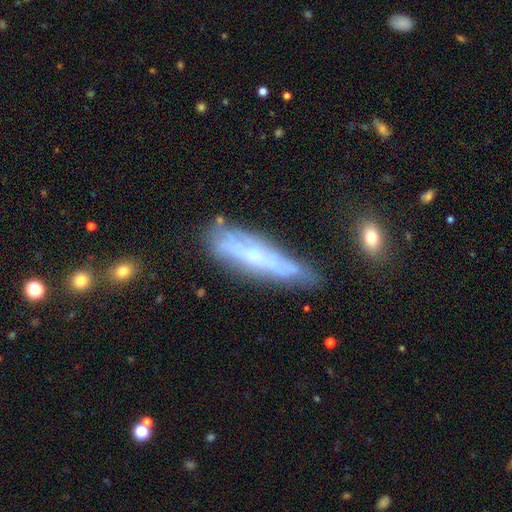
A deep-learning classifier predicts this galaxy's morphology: featured or disk 55%, smooth 37%, star or artifact 9%. Down the decision tree: edge-on disk — yes (56%); merging — none (61%).